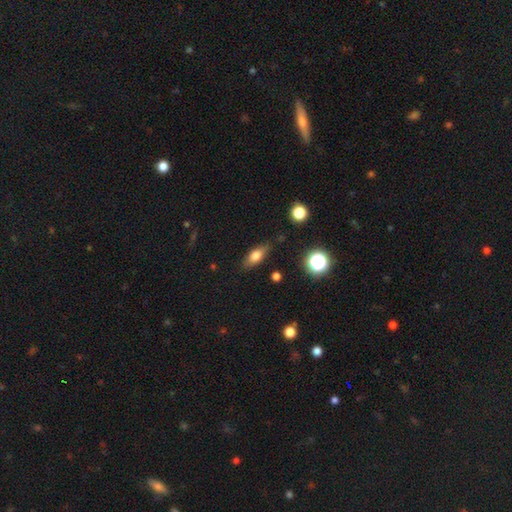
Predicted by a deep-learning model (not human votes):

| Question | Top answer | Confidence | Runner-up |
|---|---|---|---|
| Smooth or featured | smooth | 72% | featured or disk (19%) |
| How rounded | in between | 75% | cigar-shaped (17%) |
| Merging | none | 81% | minor disturbance (14%) |